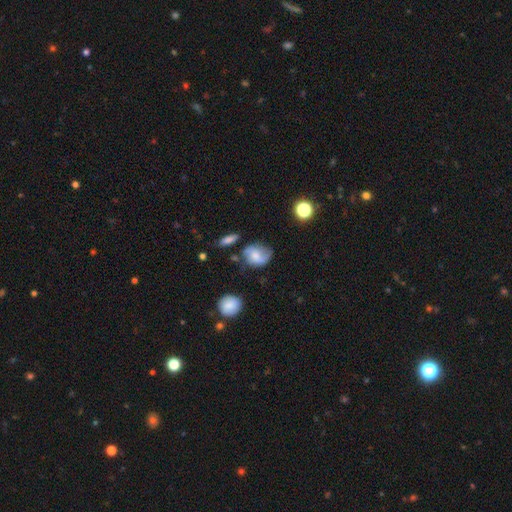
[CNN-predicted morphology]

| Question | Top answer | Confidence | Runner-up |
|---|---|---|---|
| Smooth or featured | featured or disk | 52% | smooth (39%) |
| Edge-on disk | no | 96% | yes (4%) |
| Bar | no | 55% | weak (37%) |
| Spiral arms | yes | 87% | no (13%) |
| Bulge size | moderate | 46% | small (31%) |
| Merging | none | 54% | minor disturbance (28%) |